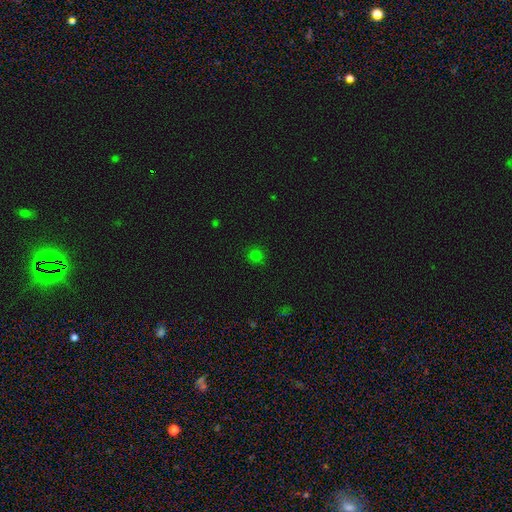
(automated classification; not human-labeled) Smooth or featured?
  - smooth: 76% *
  - star or artifact: 19%
  - featured or disk: 4%
How rounded?
  - round: 90% *
  - in between: 9%
  - cigar-shaped: 1%
Merging?
  - none: 89% *
  - minor disturbance: 8%
  - major disturbance: 2%
  - merger: 1%